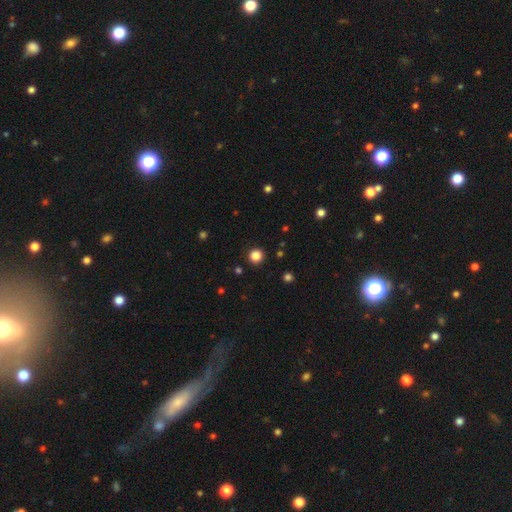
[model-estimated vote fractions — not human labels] Smooth or featured? Predicted: smooth (p=0.85). How rounded? Predicted: round (p=0.95). Merging? Predicted: none (p=0.93).